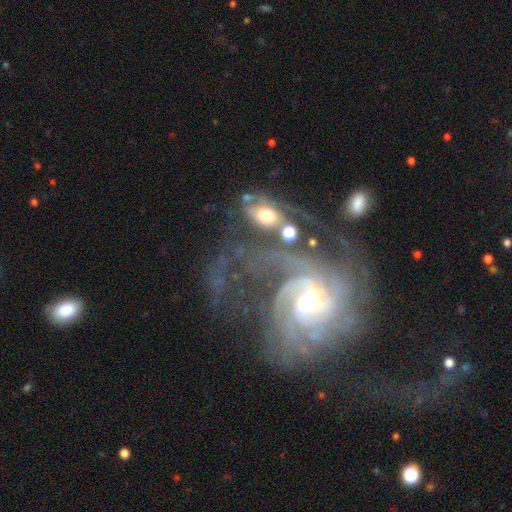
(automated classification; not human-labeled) Smooth or featured? featured or disk (86%)
Edge-on disk? no (97%)
Bar? no (43%)
Spiral arms? yes (95%)
Spiral winding? tight (46%)
Spiral arm count? can't tell (28%)
Bulge size? moderate (53%)
Merging? none (32%, tied with major disturbance)